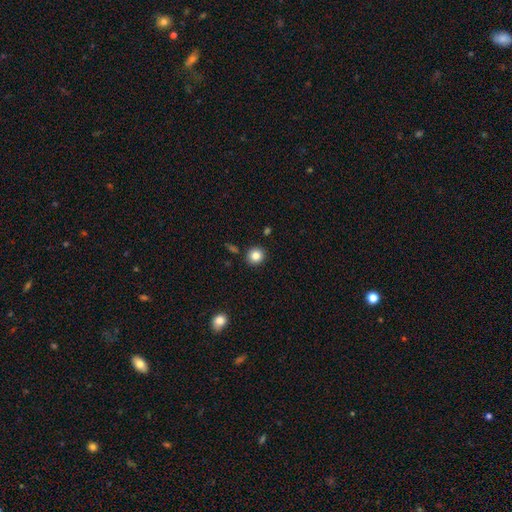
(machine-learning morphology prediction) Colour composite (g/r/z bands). It shows a smooth galaxy with no disk features (84%) that is round (90%). Merging: none (89%).